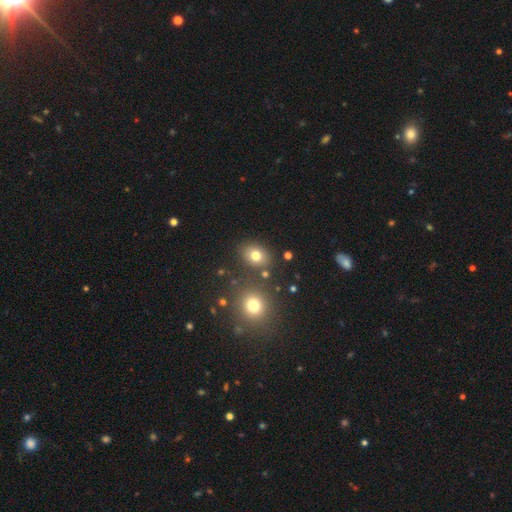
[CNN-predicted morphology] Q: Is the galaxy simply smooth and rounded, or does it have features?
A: smooth — 76%.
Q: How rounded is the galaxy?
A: in between — 51%.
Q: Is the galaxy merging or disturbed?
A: none — 78%.